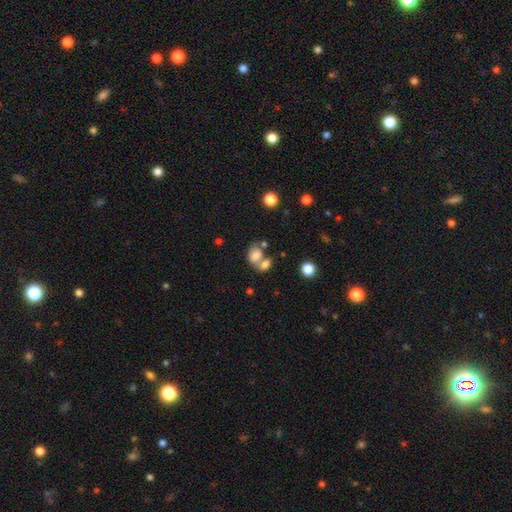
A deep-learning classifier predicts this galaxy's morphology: Smooth or featured: smooth — 72% (featured or disk — 17%)
How rounded: in between — 75% (round — 24%)
Merging: merger — 55% (none — 26%)